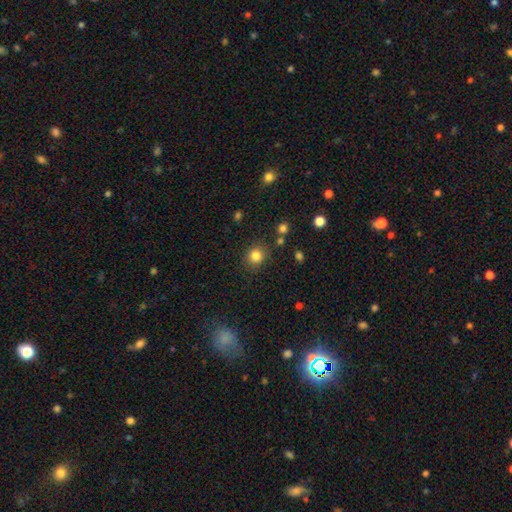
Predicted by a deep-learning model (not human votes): A smooth galaxy with no disk features (83%) that is round (84%).

Vote fractions:
- Smooth or featured? smooth: 83% / star or artifact: 12% / featured or disk: 5%
- How rounded? round: 84% / in between: 15% / cigar-shaped: 1%
- Merging? none: 83% / minor disturbance: 10% / major disturbance: 4% / merger: 3%